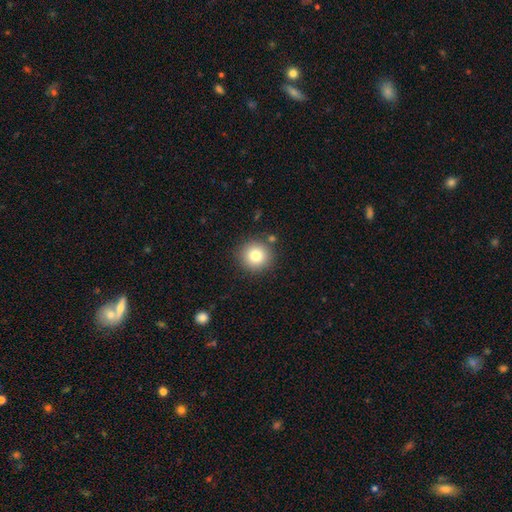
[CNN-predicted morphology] A smooth galaxy with no disk features (79%) that is round (94%). Merging: none (86%).